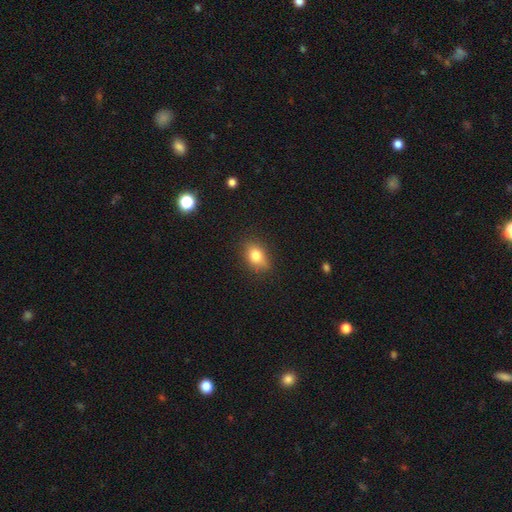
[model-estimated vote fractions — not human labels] This is likely a smooth galaxy (78%). How rounded: likely in between (68%). Merging: likely none (79%).